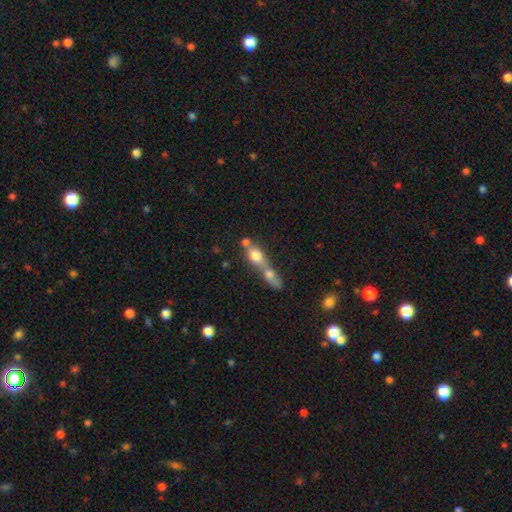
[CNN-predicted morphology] A smooth galaxy with no disk features (67%) that is in between round and cigar-shaped (40%, tied with round). Merging: merger (75%).